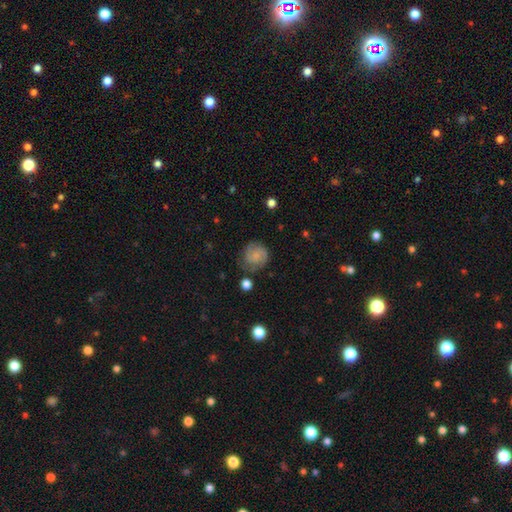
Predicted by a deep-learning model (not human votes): smooth_or_featured: smooth (p=0.47) [alt: featured or disk p=0.44]
merging: none (p=0.71) [alt: minor disturbance p=0.19]